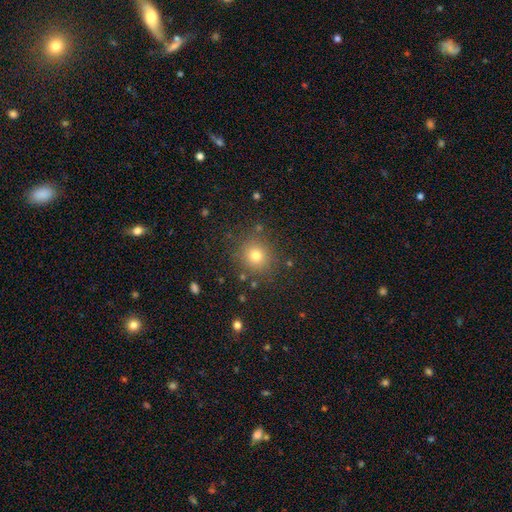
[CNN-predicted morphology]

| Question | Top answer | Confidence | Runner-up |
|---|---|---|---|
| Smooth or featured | smooth | 75% | star or artifact (17%) |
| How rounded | round | 89% | in between (10%) |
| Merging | none | 85% | minor disturbance (9%) |